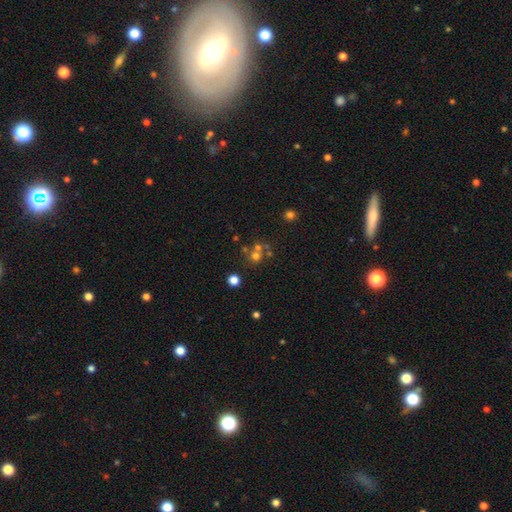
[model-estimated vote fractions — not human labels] Overall: smooth (61%; star or artifact 22%). How rounded: round (86%). Merging: none (50%; merger 37%).